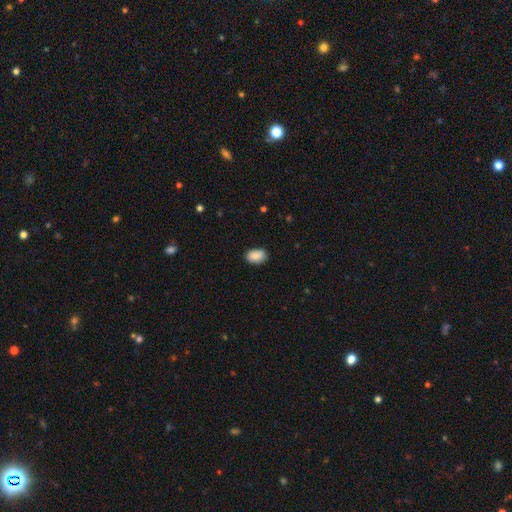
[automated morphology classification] type=smooth (88%); roundness=in between (88%); merging=none (77%).